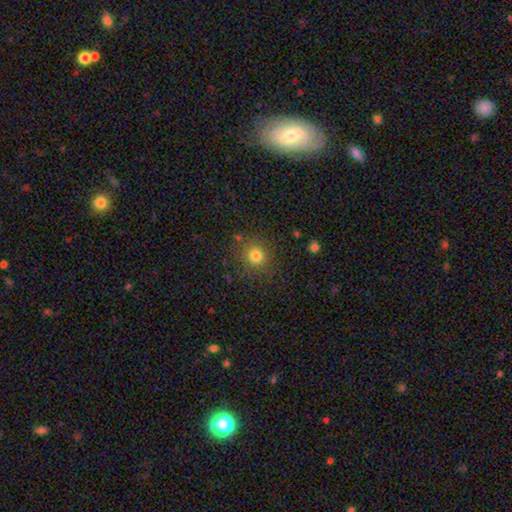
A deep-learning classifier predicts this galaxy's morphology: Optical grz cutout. It shows a smooth galaxy with no disk features (78%) that is round (89%). Merging: none (85%).